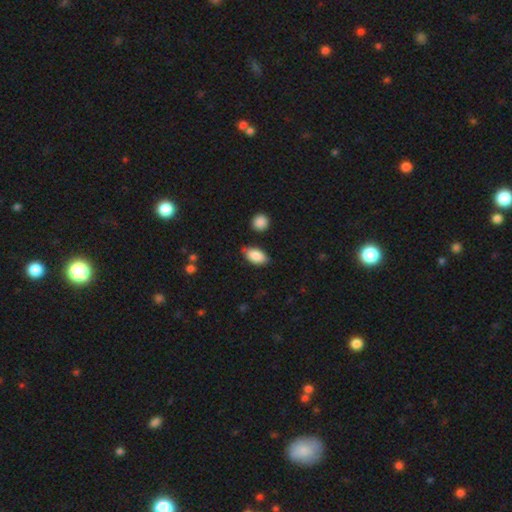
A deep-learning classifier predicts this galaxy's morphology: A smooth galaxy with no disk features (87%) that is in between round and cigar-shaped (92%). Merging: none (76%).